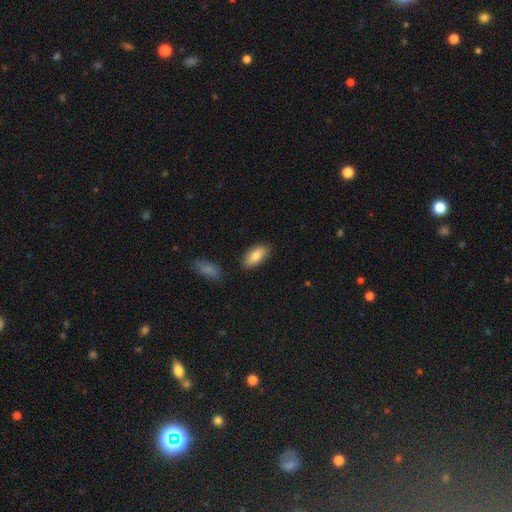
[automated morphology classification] The model was most divided on "smooth or featured": smooth: 79%, featured or disk: 15%, star or artifact: 6%. More confident: how rounded — in between (86%); merging — none (82%).